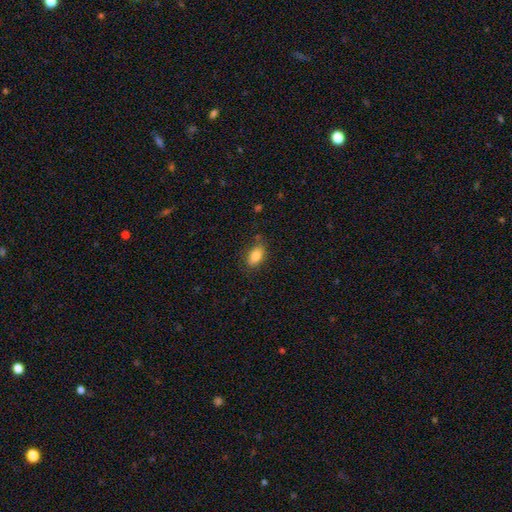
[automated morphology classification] type=smooth (84%); roundness=in between (90%); merging=none (78%).